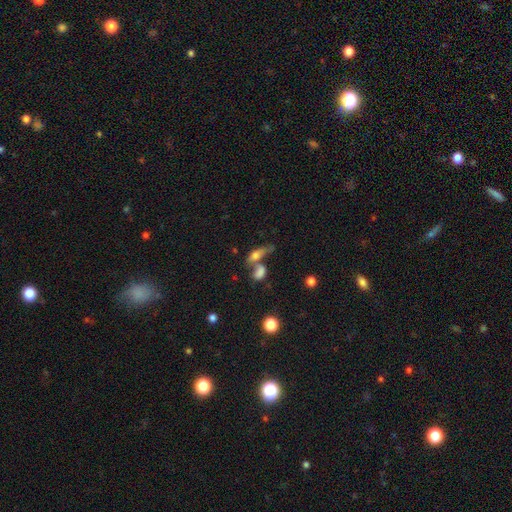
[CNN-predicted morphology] Overall: smooth (58%; featured or disk 30%). How rounded: in between (56%; cigar-shaped 34%). Merging: merger (46%; none 32%).